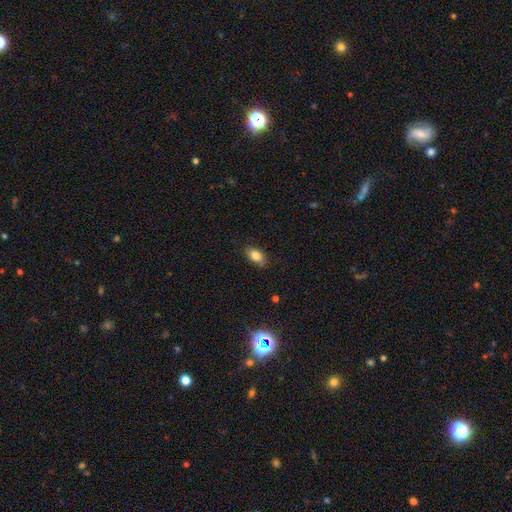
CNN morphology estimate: Smooth or featured? smooth (82%)
How rounded? in between (88%)
Merging? none (81%)